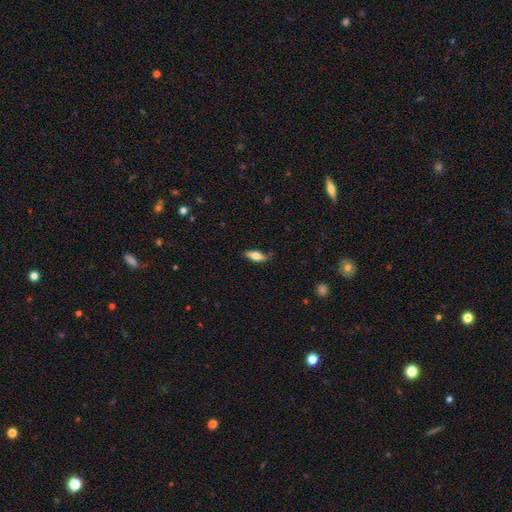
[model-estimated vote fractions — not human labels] smooth_or_featured: smooth (p=0.55) [alt: featured or disk p=0.38]
how_rounded: in between (p=0.58) [alt: cigar-shaped p=0.39]
merging: none (p=0.82) [alt: minor disturbance p=0.14]